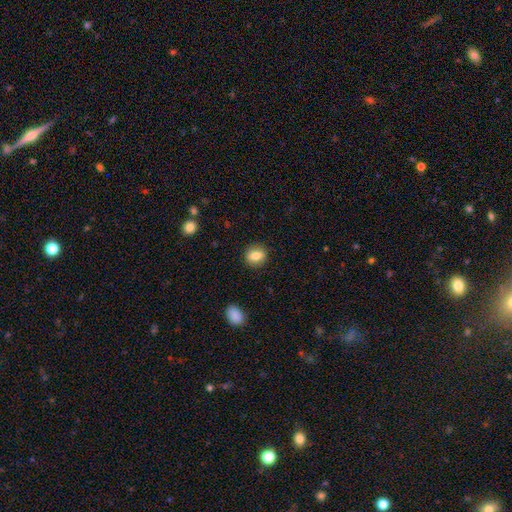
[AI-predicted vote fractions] smooth-or-featured: smooth: 81% | featured or disk: 10% | star or artifact: 9%
  how-rounded: round: 60% | in between: 38% | cigar-shaped: 2%
  merging: none: 88% | minor disturbance: 8% | major disturbance: 2% | merger: 1%